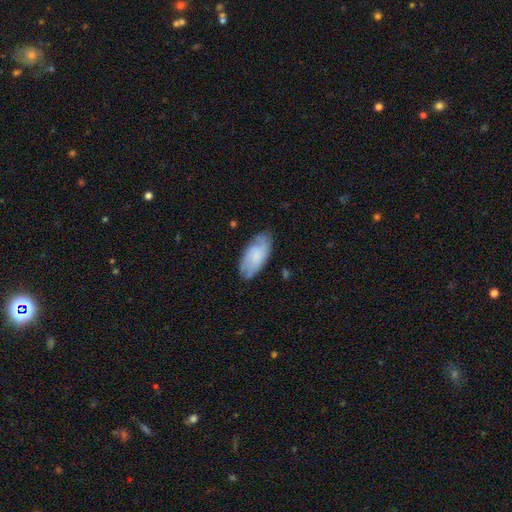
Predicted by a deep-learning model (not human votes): A smooth galaxy with no disk features (47%).

Vote fractions:
- Smooth or featured? smooth: 47% / featured or disk: 46% / star or artifact: 7%
- Merging? none: 74% / minor disturbance: 20% / major disturbance: 5% / merger: 1%